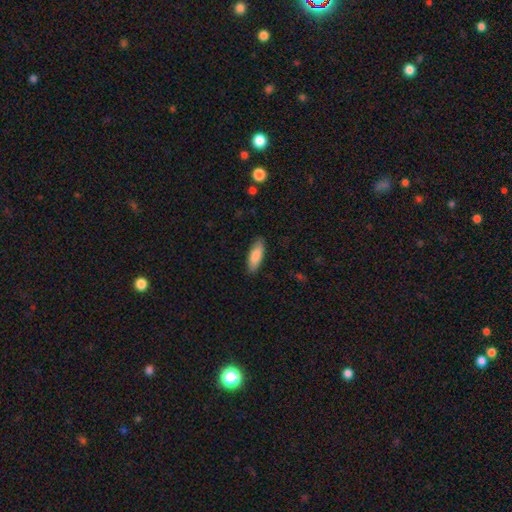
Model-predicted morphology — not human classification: The model was most divided on "how rounded": in between: 66%, cigar-shaped: 32%, round: 2%. More confident: merging — none (87%); smooth or featured — smooth (85%).